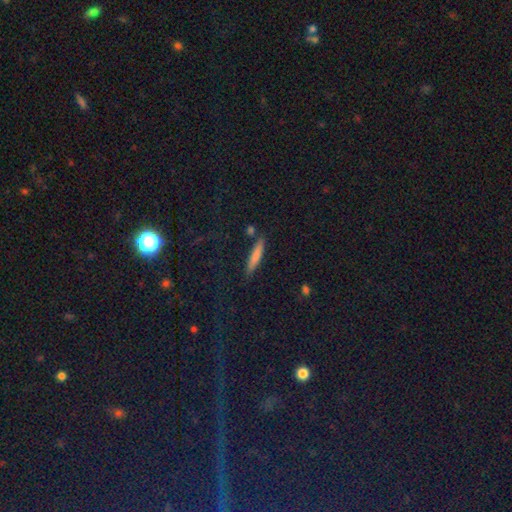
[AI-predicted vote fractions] A smooth galaxy with no disk features (74%) that is cigar-shaped (90%). Merging: none (83%).